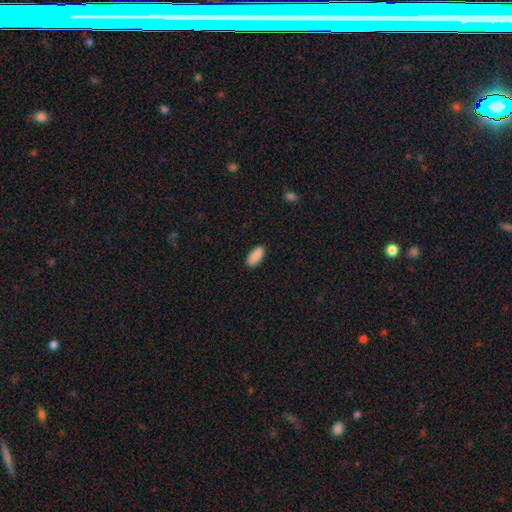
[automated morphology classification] This is clearly a smooth galaxy (91%). How rounded: clearly in between (91%). Merging: clearly none (89%).